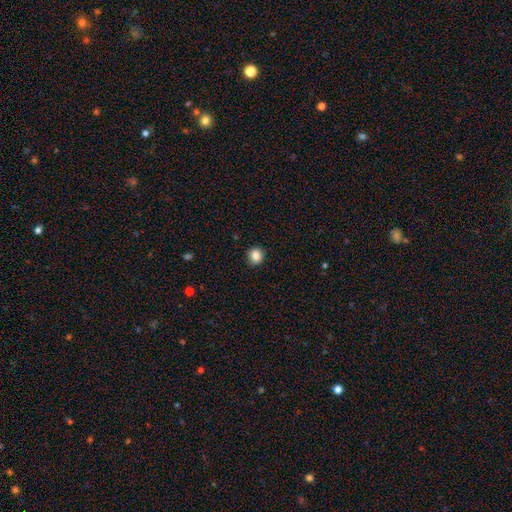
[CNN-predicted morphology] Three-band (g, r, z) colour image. It shows a smooth galaxy with no disk features (86%) that is round (80%). Merging: none (90%).